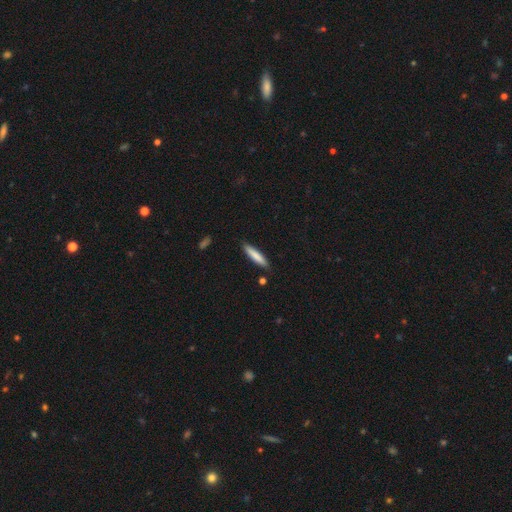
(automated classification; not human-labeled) Q: Smooth or featured?
A: smooth (81%); runner-up: featured or disk (13%)
Q: How rounded?
A: cigar-shaped (87%); runner-up: in between (12%)
Q: Merging?
A: none (87%); runner-up: minor disturbance (9%)